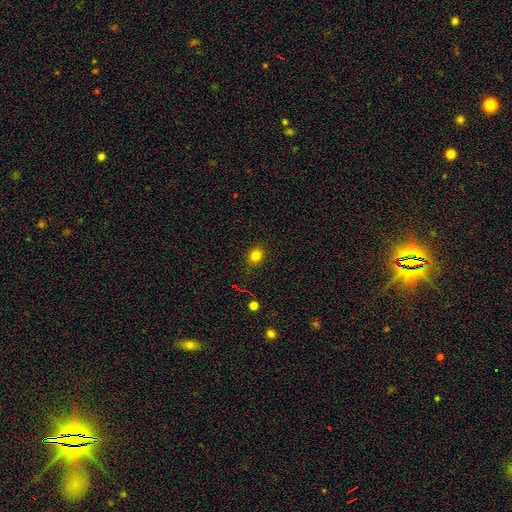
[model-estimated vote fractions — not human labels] A smooth galaxy with no disk features (79%) that is round (62%). Merging: none (85%).